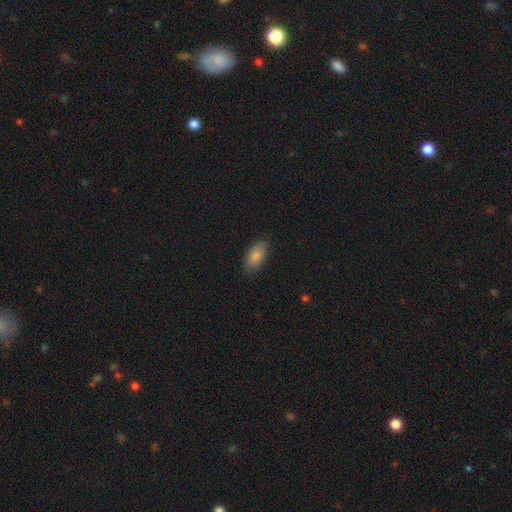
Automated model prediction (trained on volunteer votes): smooth_or_featured: smooth (p=0.85) [alt: featured or disk p=0.09]
how_rounded: in between (p=0.93) [alt: cigar-shaped p=0.04]
merging: none (p=0.79) [alt: minor disturbance p=0.17]